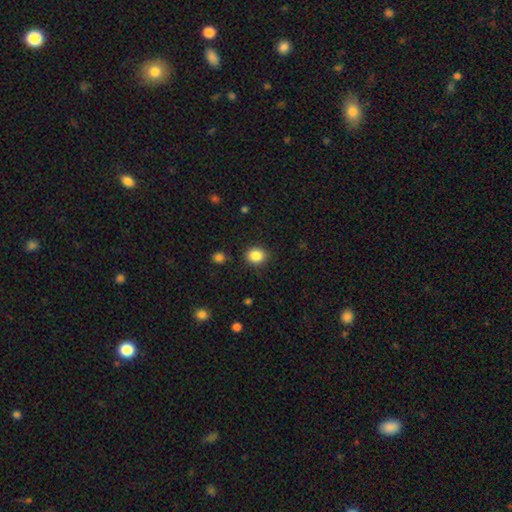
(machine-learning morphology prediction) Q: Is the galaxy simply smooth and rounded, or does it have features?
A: smooth — 86%.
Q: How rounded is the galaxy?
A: round — 71%.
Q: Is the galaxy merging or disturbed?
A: none — 88%.